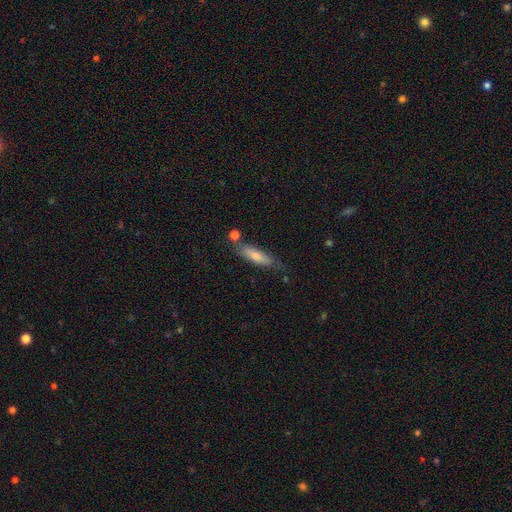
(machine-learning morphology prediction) smooth 73%, featured or disk 21%, star or artifact 6%. Down the decision tree: how rounded — cigar-shaped (65%); merging — none (64%).